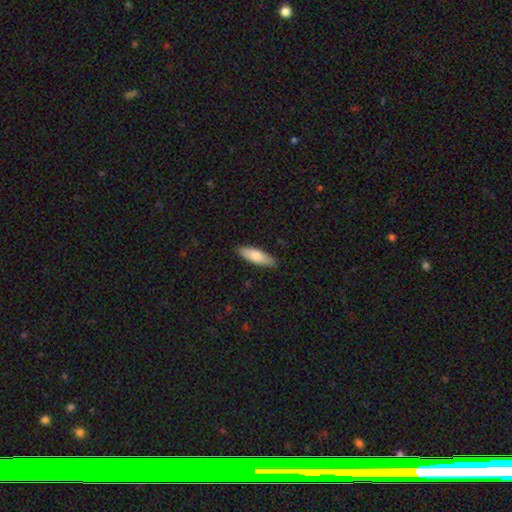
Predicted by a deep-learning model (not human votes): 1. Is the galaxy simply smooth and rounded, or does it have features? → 79% smooth, 16% featured or disk, 5% star or artifact.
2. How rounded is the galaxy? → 51% in between, 47% cigar-shaped, 2% round.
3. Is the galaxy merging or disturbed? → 88% none, 9% minor disturbance, 2% major disturbance, 1% merger.